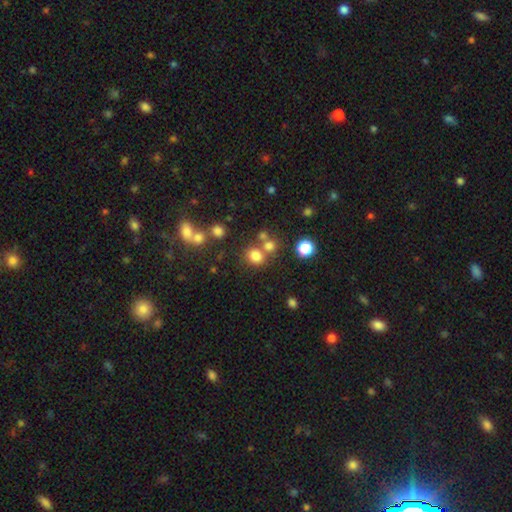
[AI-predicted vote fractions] Smooth or featured? smooth (75%)
How rounded? round (78%)
Merging? none (64%)